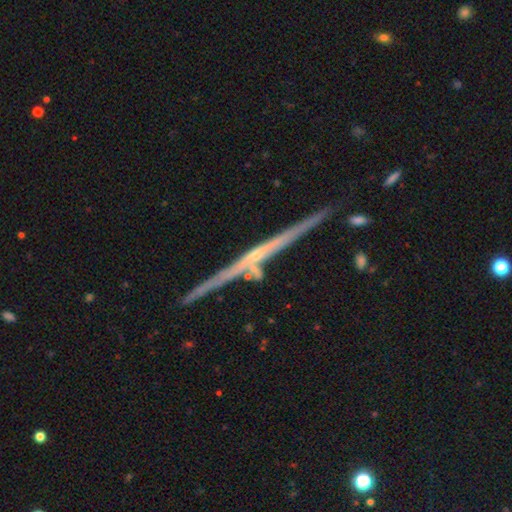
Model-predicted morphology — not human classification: A featured or disk galaxy (82%) viewed edge-on (98%) with a rounded central bulge (49%). Merging: none (86%).